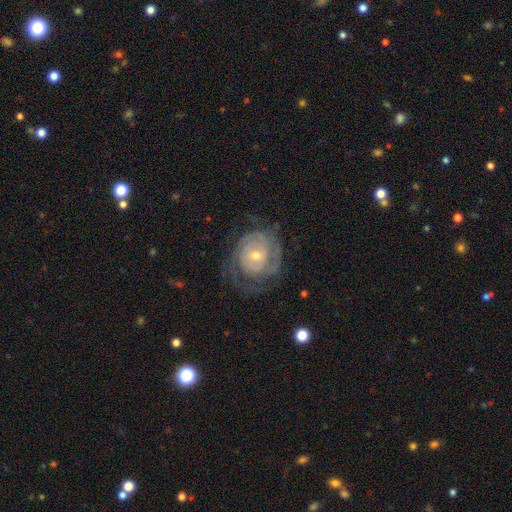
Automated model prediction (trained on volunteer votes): smooth-or-featured: featured or disk: 80% | smooth: 14% | star or artifact: 6%
  disk-edge-on: no: 97% | yes: 3%
    bar: no: 69% | weak: 25% | strong: 6%
    has-spiral-arms: yes: 89% | no: 11%
      spiral-winding: tight: 68% | medium: 25% | loose: 8%
      spiral-arm-count: can't tell: 39% | 2: 31% | 3: 14% | 1: 6% | 4: 5% | more than 4: 4%
    bulge-size: small: 55% | moderate: 41% | large: 2% | none: 1% | dominant: 1%
  merging: none: 60% | minor disturbance: 20% | major disturbance: 18% | merger: 1%